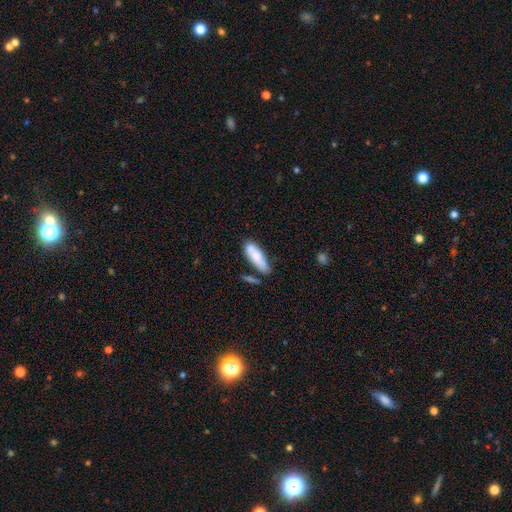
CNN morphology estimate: Q: Smooth or featured?
A: smooth (73%); runner-up: featured or disk (20%)
Q: How rounded?
A: in between (51%); runner-up: cigar-shaped (46%)
Q: Merging?
A: none (49%); runner-up: minor disturbance (23%)